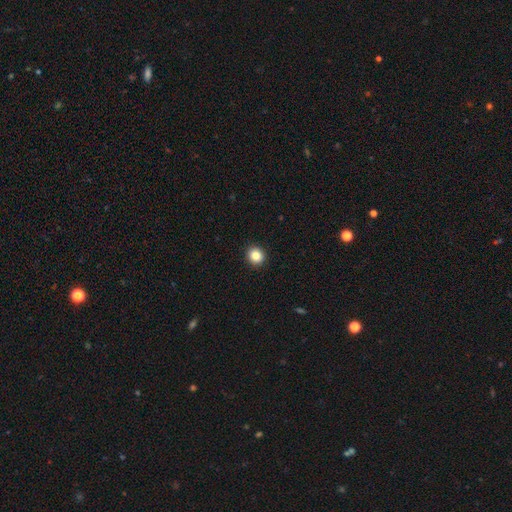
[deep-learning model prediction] A smooth galaxy with no disk features (86%) that is round (86%). Merging: none (93%).